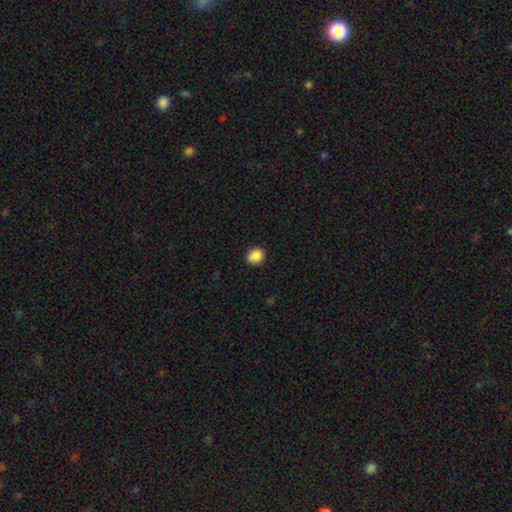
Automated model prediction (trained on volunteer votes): Smooth or featured? Predicted: smooth (p=0.88). How rounded? Predicted: round (p=0.63). Merging? Predicted: none (p=0.85).